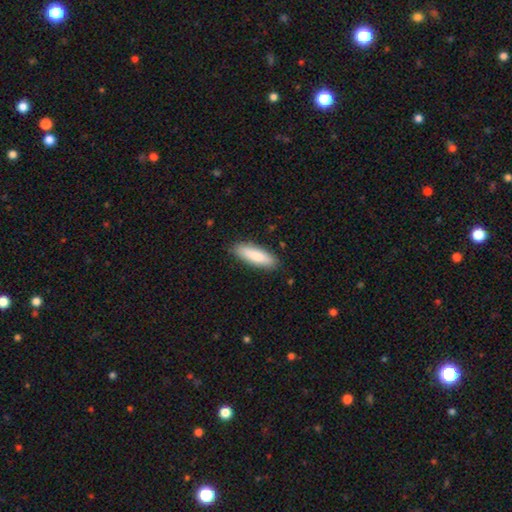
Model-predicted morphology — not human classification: Smooth or featured? Predicted: smooth (p=0.82). How rounded? Predicted: in between (p=0.50). Merging? Predicted: none (p=0.87).